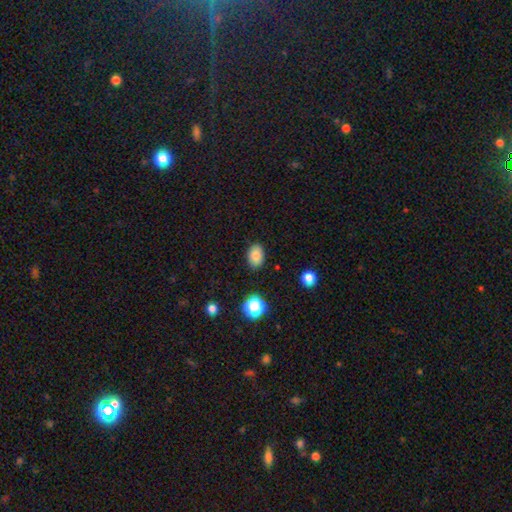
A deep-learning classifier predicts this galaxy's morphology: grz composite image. It shows a smooth galaxy with no disk features (83%) that is in between round and cigar-shaped (83%). Merging: none (87%).